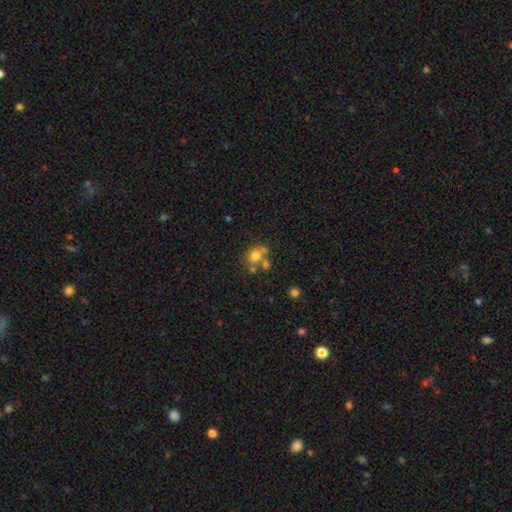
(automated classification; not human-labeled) smooth_or_featured: smooth (p=0.70) [alt: featured or disk p=0.17]
how_rounded: round (p=0.58) [alt: in between p=0.41]
merging: none (p=0.42) [alt: merger p=0.36]